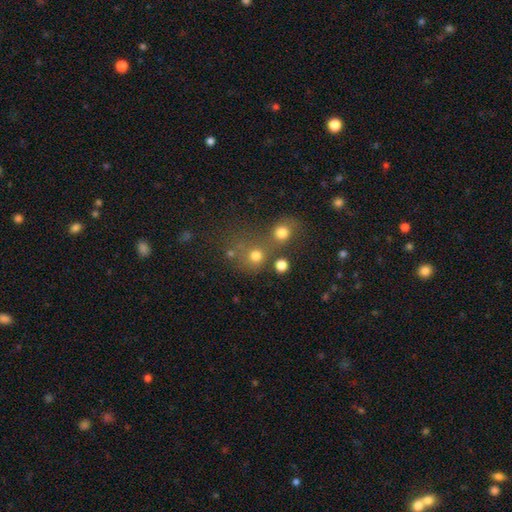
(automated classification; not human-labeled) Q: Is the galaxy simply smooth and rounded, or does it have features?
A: smooth — 74%.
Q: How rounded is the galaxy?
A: round — 85%.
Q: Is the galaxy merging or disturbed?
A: none — 51%.